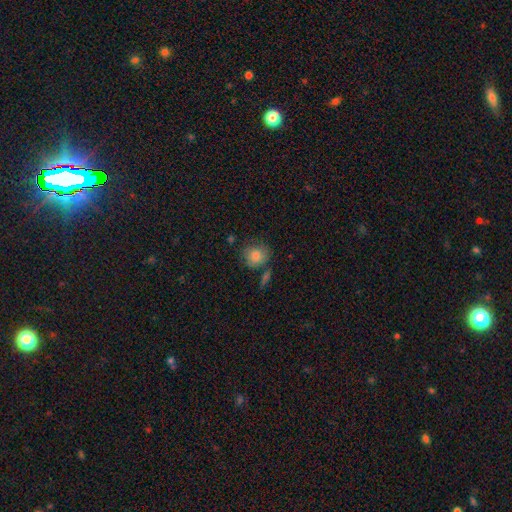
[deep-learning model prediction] smooth-or-featured: smooth: 82% | featured or disk: 10% | star or artifact: 8%
  how-rounded: round: 81% | in between: 18% | cigar-shaped: 1%
  merging: none: 67% | minor disturbance: 19% | merger: 9% | major disturbance: 6%